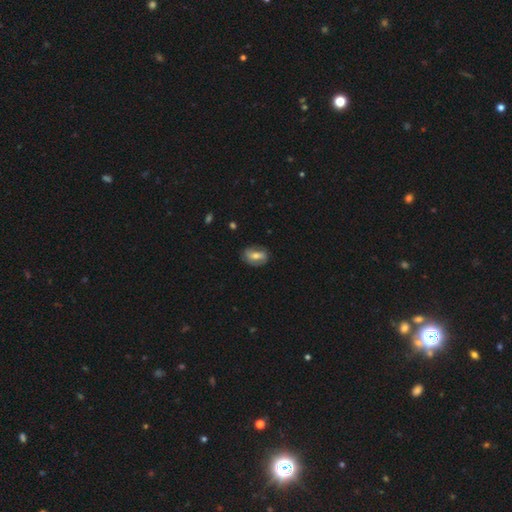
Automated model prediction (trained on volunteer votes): Smooth or featured: smooth — 50% (featured or disk — 42%)
How rounded: in between — 78% (round — 18%)
Merging: none — 72% (minor disturbance — 21%)